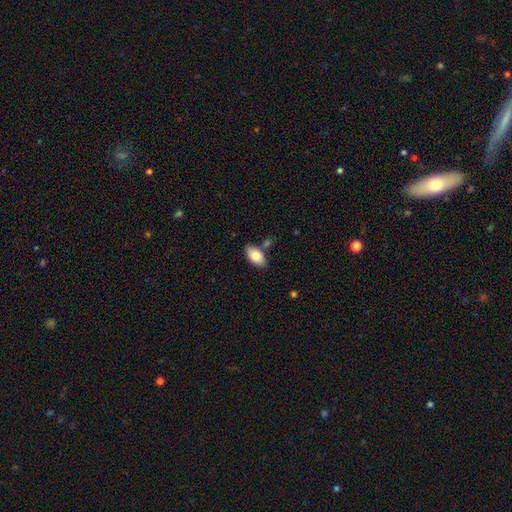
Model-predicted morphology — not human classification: The model was most divided on "merging": none: 77%, minor disturbance: 12%, merger: 7%, major disturbance: 3%. More confident: how rounded — in between (94%); smooth or featured — smooth (81%).